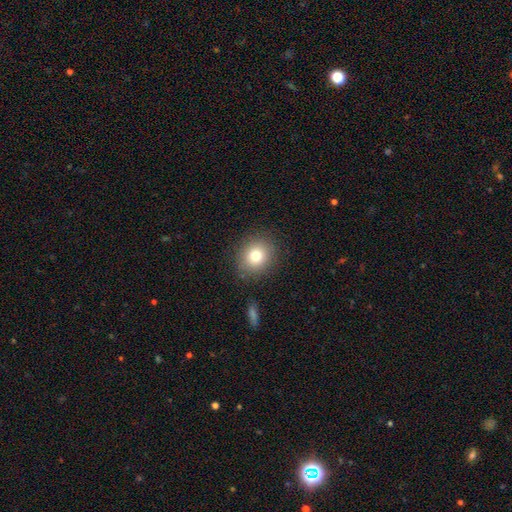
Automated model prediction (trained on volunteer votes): Smooth or featured: smooth — 77% (star or artifact — 12%)
How rounded: round — 80% (in between — 19%)
Merging: none — 87% (minor disturbance — 9%)